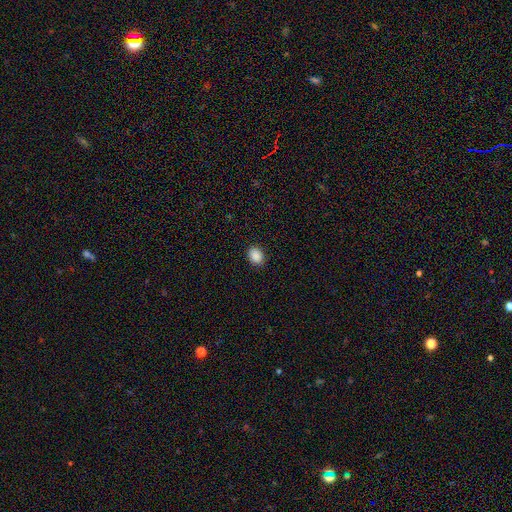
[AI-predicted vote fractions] Smooth or featured? smooth (89%)
How rounded? in between (62%)
Merging? none (90%)